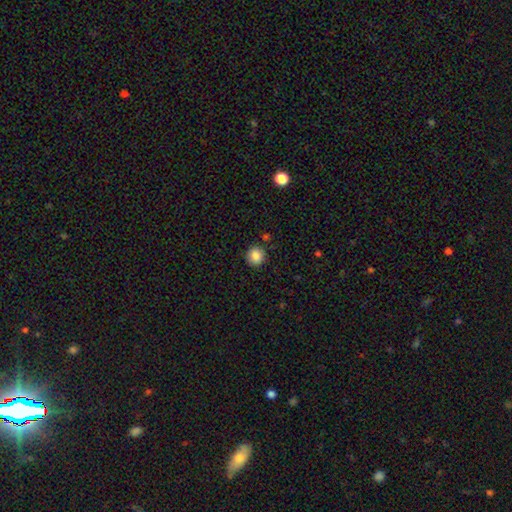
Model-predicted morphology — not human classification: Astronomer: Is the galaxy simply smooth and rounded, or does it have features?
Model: smooth — 86%.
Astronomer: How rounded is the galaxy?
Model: round — 93%.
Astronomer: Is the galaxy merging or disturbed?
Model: none — 89%.